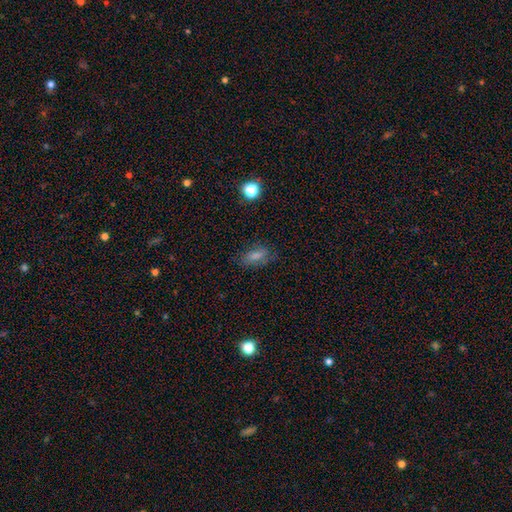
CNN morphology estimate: Smooth or featured? smooth (66%)
How rounded? in between (77%)
Merging? none (76%)